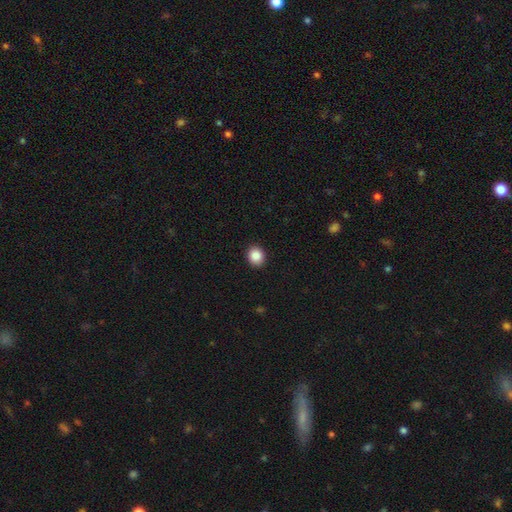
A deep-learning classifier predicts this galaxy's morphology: Smooth or featured? smooth (88%)
How rounded? round (71%)
Merging? none (92%)